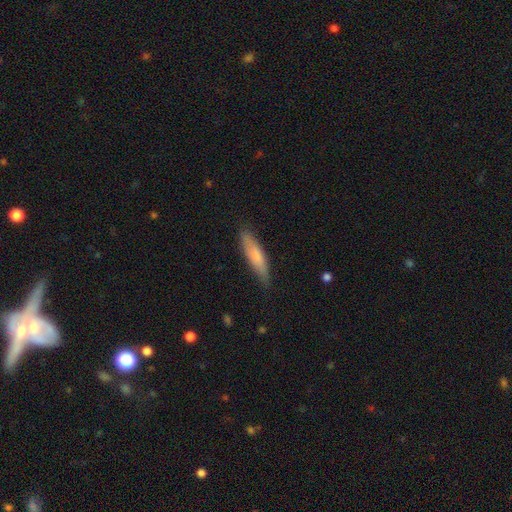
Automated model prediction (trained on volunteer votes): This appears to be a smooth galaxy with no disk features (72%) that is cigar-shaped (74%). Merging: none (79%).